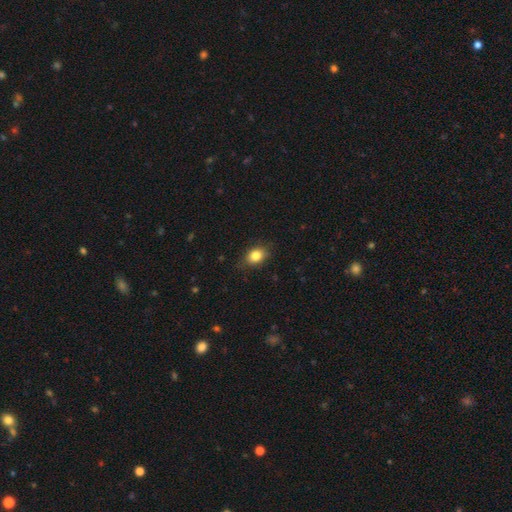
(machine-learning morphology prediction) smooth 83%, star or artifact 9%, featured or disk 7%. Down the decision tree: how rounded — in between (68%); merging — none (81%).